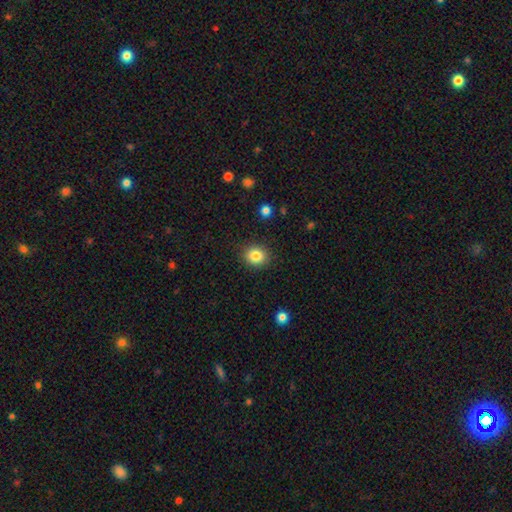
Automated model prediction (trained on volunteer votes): Smooth or featured: smooth — 85% (star or artifact — 10%)
How rounded: round — 75% (in between — 25%)
Merging: none — 89% (minor disturbance — 7%)